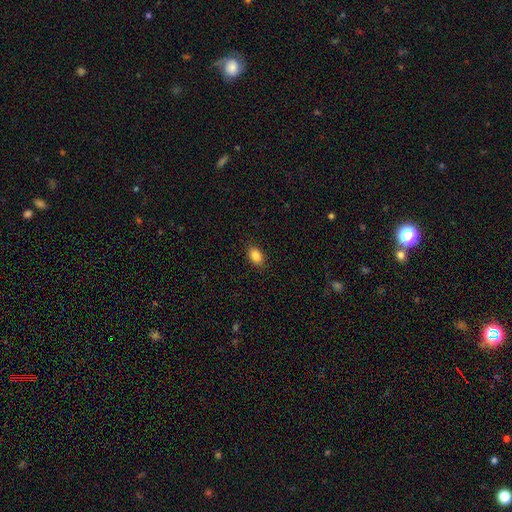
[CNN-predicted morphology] A smooth galaxy with no disk features (87%) that is in between round and cigar-shaped (84%).

Vote fractions:
- Smooth or featured? smooth: 87% / star or artifact: 9% / featured or disk: 5%
- How rounded? in between: 84% / round: 14% / cigar-shaped: 2%
- Merging? none: 88% / minor disturbance: 9% / major disturbance: 2% / merger: 1%